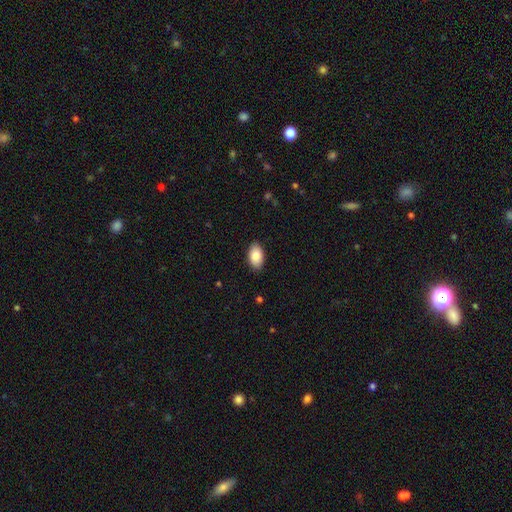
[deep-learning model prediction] smooth-or-featured: smooth: 86% | featured or disk: 7% | star or artifact: 6%
  how-rounded: in between: 94% | round: 5% | cigar-shaped: 1%
  merging: none: 89% | minor disturbance: 9% | major disturbance: 2% | merger: 1%